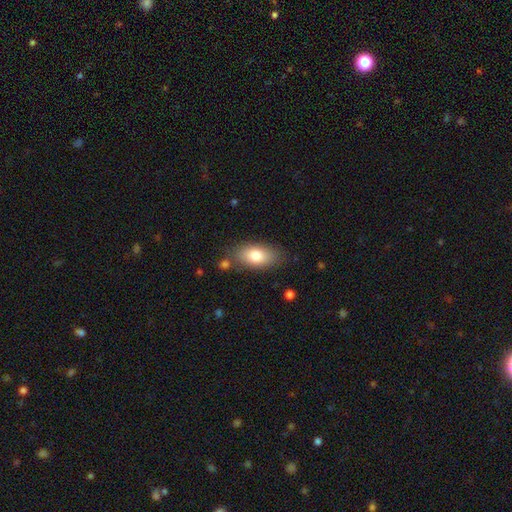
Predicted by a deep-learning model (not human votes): The model was most divided on "smooth or featured": smooth: 79%, featured or disk: 14%, star or artifact: 7%. More confident: how rounded — in between (90%); merging — none (79%).